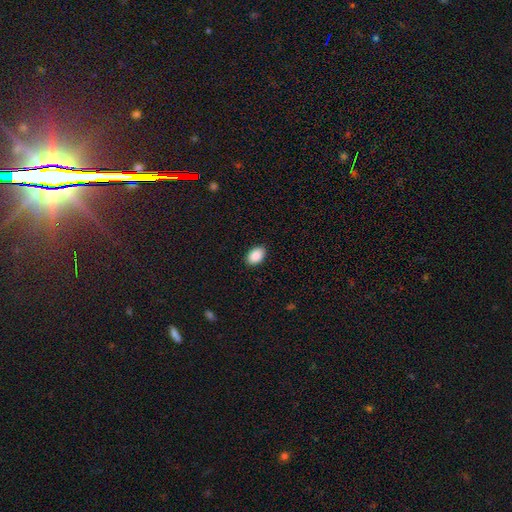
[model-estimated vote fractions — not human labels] Smooth or featured? Predicted: smooth (p=0.90). How rounded? Predicted: in between (p=0.90). Merging? Predicted: none (p=0.89).